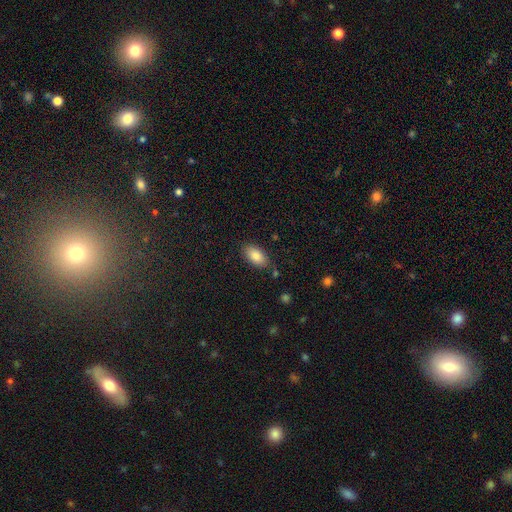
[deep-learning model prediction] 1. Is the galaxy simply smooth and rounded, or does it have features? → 85% smooth, 8% featured or disk, 7% star or artifact.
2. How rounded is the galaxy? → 93% in between, 4% round, 3% cigar-shaped.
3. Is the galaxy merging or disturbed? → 83% none, 12% minor disturbance, 3% major disturbance, 2% merger.